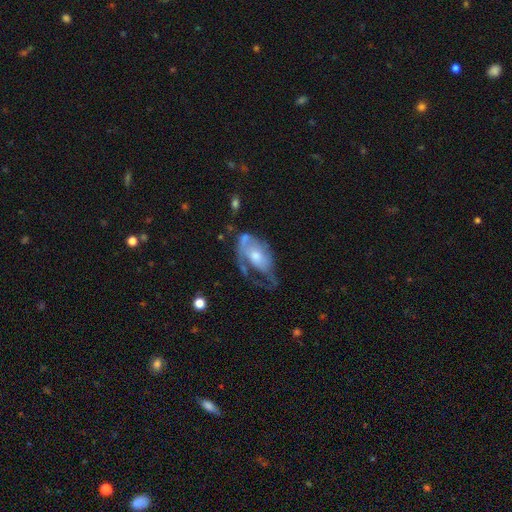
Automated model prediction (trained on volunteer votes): smooth_or_featured: featured or disk (p=0.63) [alt: smooth p=0.31]
disk_edge_on: no (p=0.93) [alt: yes p=0.07]
bar: no (p=0.76) [alt: weak p=0.20]
has_spiral_arms: yes (p=0.60) [alt: no p=0.40]
bulge_size: moderate (p=0.54) [alt: small p=0.25]
merging: major disturbance (p=0.49) [alt: none p=0.23]